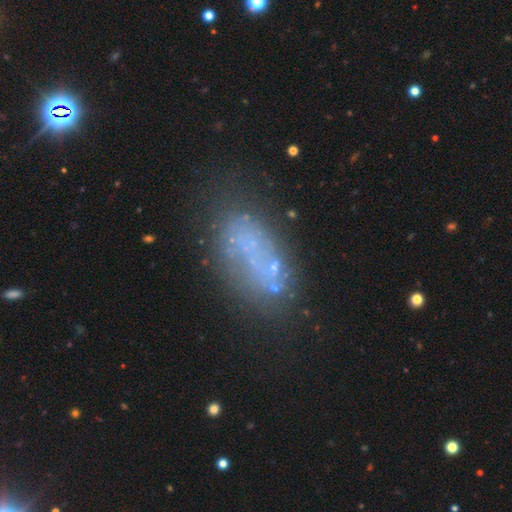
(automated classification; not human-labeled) Smooth or featured?
  - featured or disk: 42% *
  - smooth: 40%
  - star or artifact: 18%
Merging?
  - none: 54% *
  - minor disturbance: 20%
  - major disturbance: 15%
  - merger: 11%